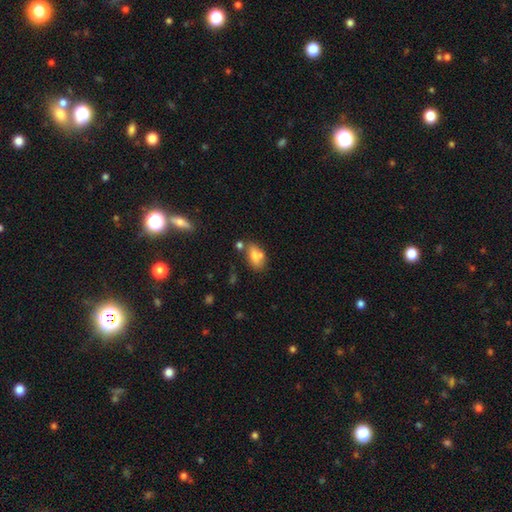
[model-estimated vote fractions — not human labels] A smooth galaxy with no disk features (72%) that is in between round and cigar-shaped (87%).

Vote fractions:
- Smooth or featured? smooth: 72% / featured or disk: 18% / star or artifact: 10%
- How rounded? in between: 87% / round: 8% / cigar-shaped: 6%
- Merging? none: 53% / merger: 22% / minor disturbance: 18% / major disturbance: 7%